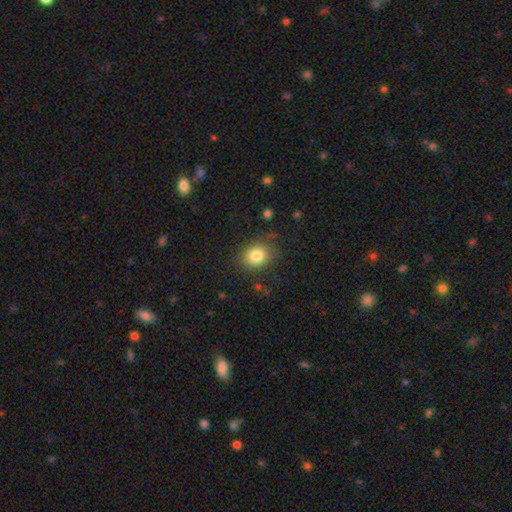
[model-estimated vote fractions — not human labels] Smooth or featured? smooth (82%)
How rounded? round (51%)
Merging? none (80%)